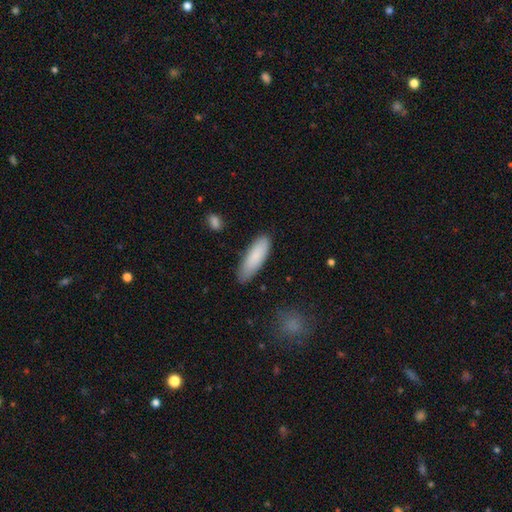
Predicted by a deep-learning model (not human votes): Smooth or featured? smooth (86%)
How rounded? in between (50%)
Merging? none (82%)